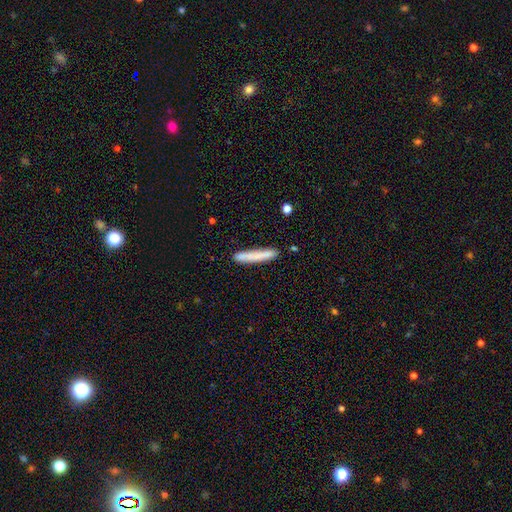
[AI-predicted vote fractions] A smooth galaxy with no disk features (74%) that is cigar-shaped (94%).

Vote fractions:
- Smooth or featured? smooth: 74% / featured or disk: 19% / star or artifact: 7%
- How rounded? cigar-shaped: 94% / in between: 5% / round: 1%
- Merging? none: 82% / minor disturbance: 13% / merger: 3% / major disturbance: 2%